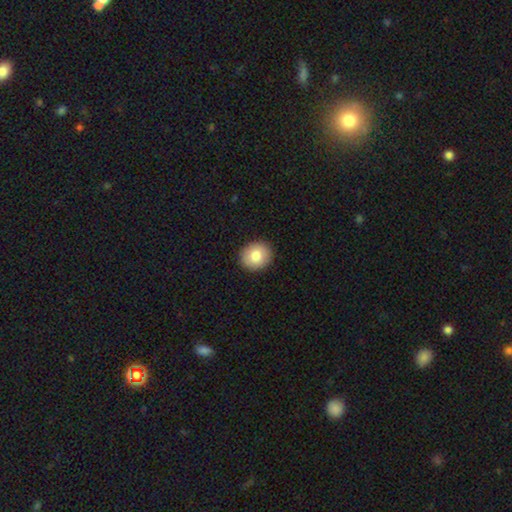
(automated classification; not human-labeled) smooth 83%, featured or disk 10%, star or artifact 7%. Down the decision tree: how rounded — round (76%); merging — none (91%).